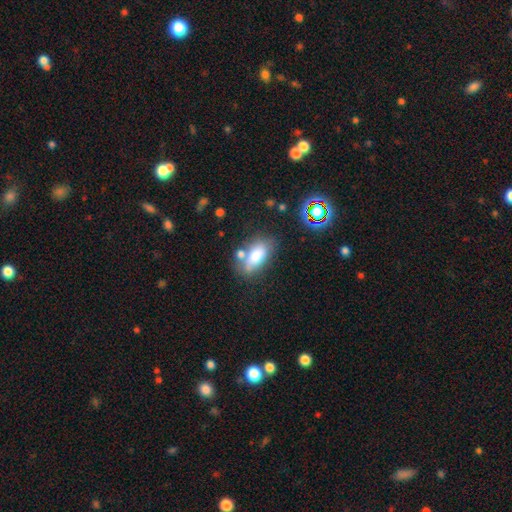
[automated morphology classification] The model was most divided on "merging": none: 58%, minor disturbance: 18%, merger: 17%, major disturbance: 7%. More confident: how rounded — in between (87%); smooth or featured — smooth (75%).